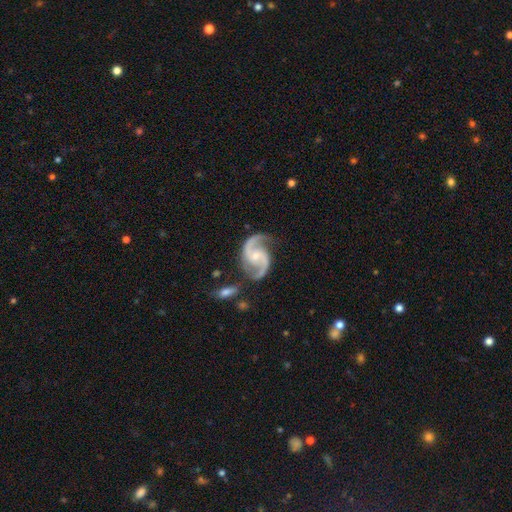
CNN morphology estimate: Smooth or featured? Predicted: featured or disk (p=0.93). Edge-on disk? Predicted: no (p=0.98). Bar? Predicted: no (p=0.52). Spiral arms? Predicted: yes (p=0.98). Spiral winding? Predicted: medium (p=0.59). Spiral arm count? Predicted: 2 (p=0.94). Bulge size? Predicted: small (p=0.63). Merging? Predicted: none (p=0.74).